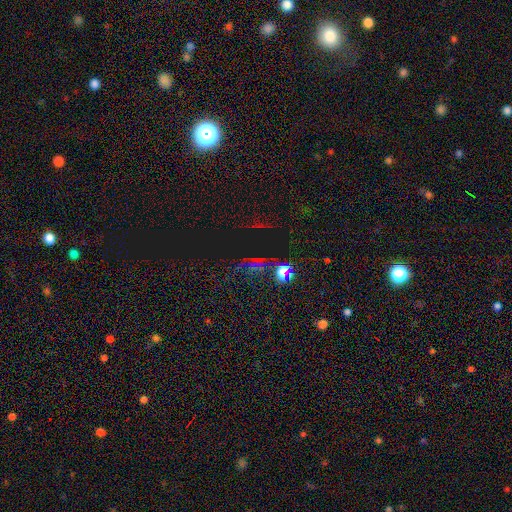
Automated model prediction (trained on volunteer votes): A star or artifact, not a galaxy (69%).